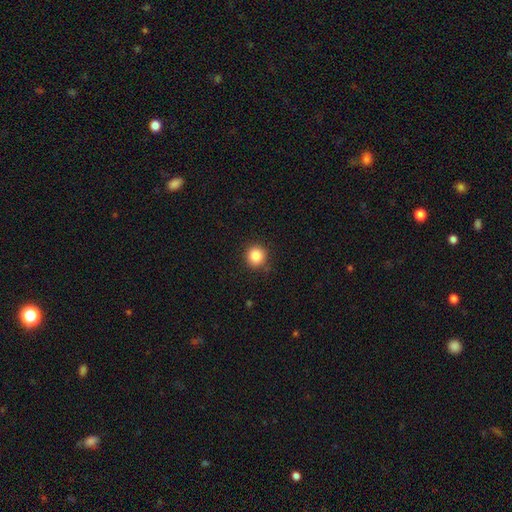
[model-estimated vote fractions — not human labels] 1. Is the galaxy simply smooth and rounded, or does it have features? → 86% smooth, 10% star or artifact, 4% featured or disk.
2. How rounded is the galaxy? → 93% round, 6% in between, 1% cigar-shaped.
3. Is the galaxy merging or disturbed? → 88% none, 8% minor disturbance, 2% major disturbance, 1% merger.